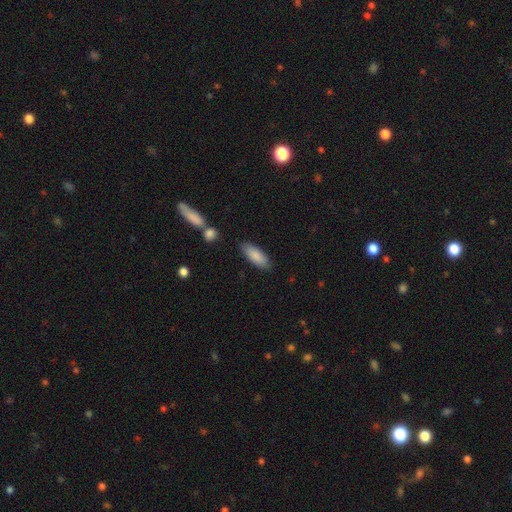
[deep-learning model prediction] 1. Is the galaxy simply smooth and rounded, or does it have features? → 87% smooth, 7% featured or disk, 6% star or artifact.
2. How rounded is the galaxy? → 70% in between, 29% cigar-shaped, 2% round.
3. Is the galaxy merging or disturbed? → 85% none, 10% minor disturbance, 3% merger, 2% major disturbance.